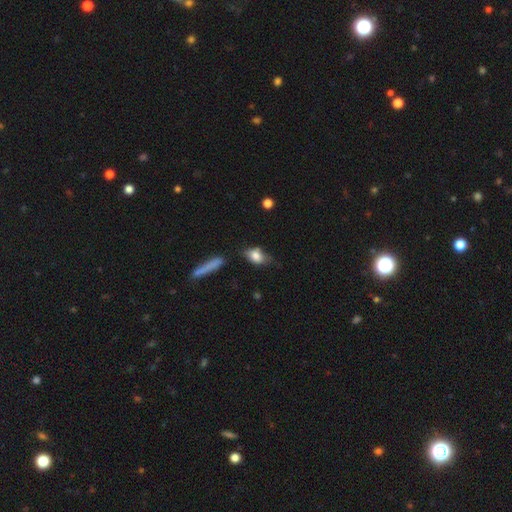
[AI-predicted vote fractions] Smooth or featured? Predicted: smooth (p=0.76). How rounded? Predicted: in between (p=0.80). Merging? Predicted: none (p=0.57).